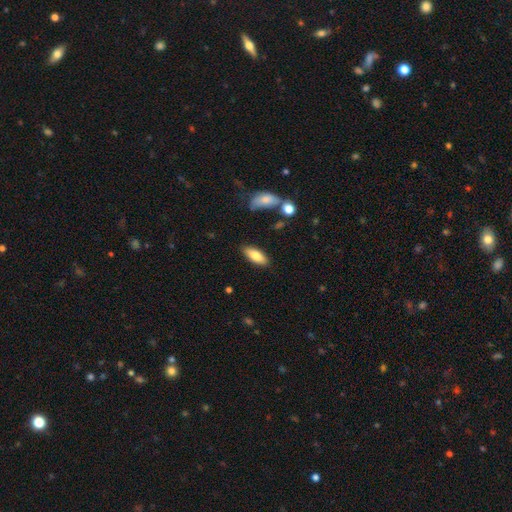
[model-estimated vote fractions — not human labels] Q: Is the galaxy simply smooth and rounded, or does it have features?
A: smooth — 77%.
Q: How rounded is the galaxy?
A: in between — 77%.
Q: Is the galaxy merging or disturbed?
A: none — 85%.